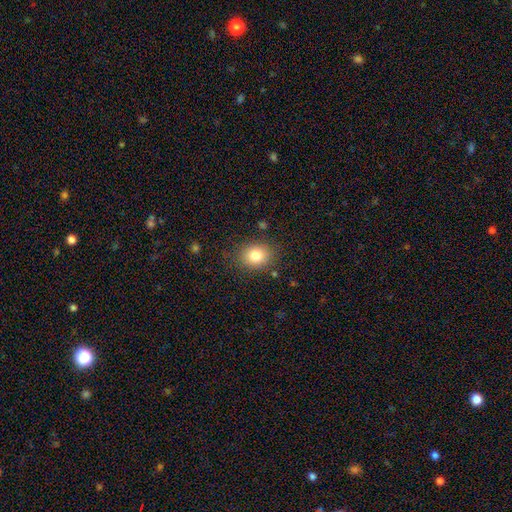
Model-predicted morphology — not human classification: Q: Smooth or featured?
A: smooth (80%); runner-up: star or artifact (11%)
Q: How rounded?
A: round (59%); runner-up: in between (40%)
Q: Merging?
A: none (84%); runner-up: minor disturbance (11%)